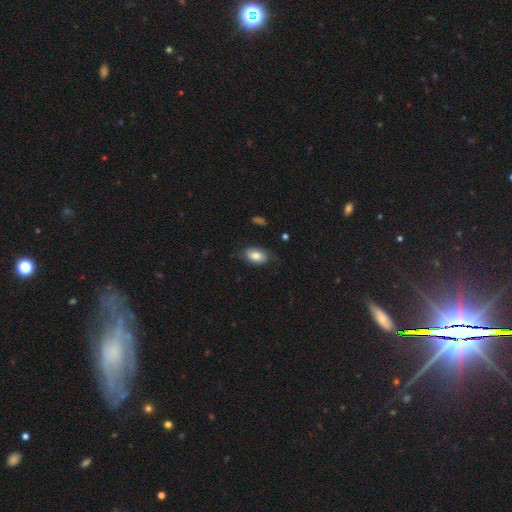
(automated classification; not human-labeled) This is likely a smooth galaxy (77%). How rounded: clearly in between (90%). Merging: likely none (71%).